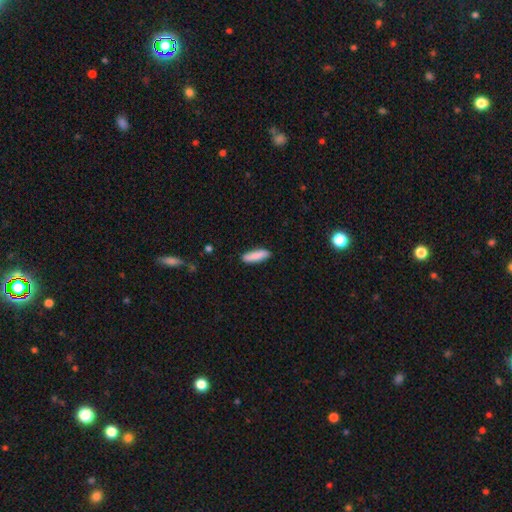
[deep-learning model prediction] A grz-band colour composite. It shows a smooth galaxy with no disk features (87%) that is cigar-shaped (62%). Merging: none (87%).